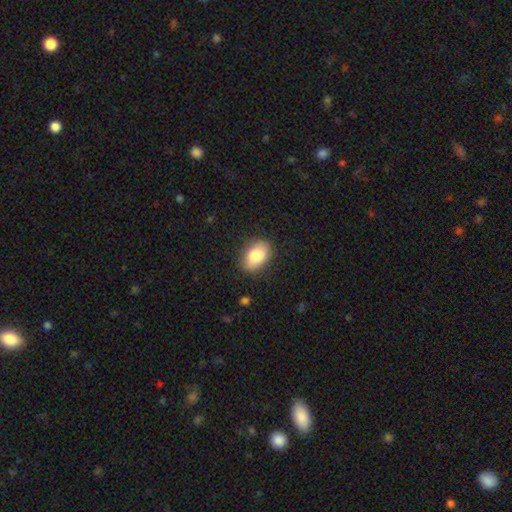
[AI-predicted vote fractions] A smooth galaxy with no disk features (83%) that is in between round and cigar-shaped (83%).

Vote fractions:
- Smooth or featured? smooth: 83% / featured or disk: 10% / star or artifact: 7%
- How rounded? in between: 83% / round: 16% / cigar-shaped: 1%
- Merging? none: 85% / minor disturbance: 11% / major disturbance: 3% / merger: 1%